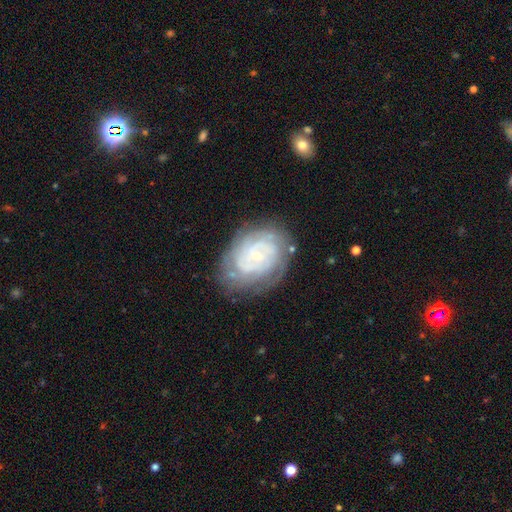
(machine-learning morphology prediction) featured or disk 81%, smooth 12%, star or artifact 7%. Down the decision tree: edge-on disk — no (97%); bar — no (71%); spiral arms — yes (93%); spiral arm count — can't tell (38%); spiral winding — tight (76%); bulge size — small (82%); merging — none (73%).